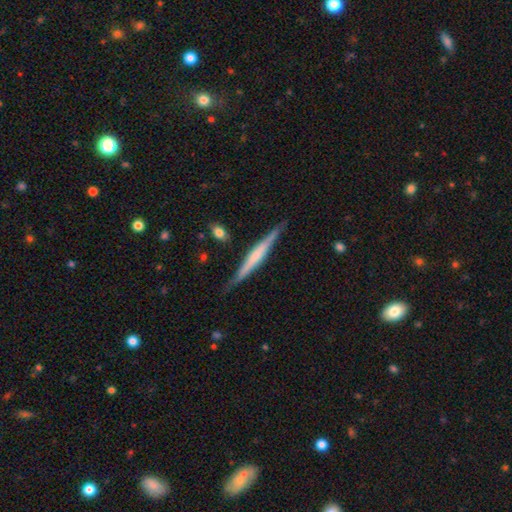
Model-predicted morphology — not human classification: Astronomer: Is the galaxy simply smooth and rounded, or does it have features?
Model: featured or disk — 66%.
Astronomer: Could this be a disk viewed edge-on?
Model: yes — 97%.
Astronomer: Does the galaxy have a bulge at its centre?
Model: rounded — 40% (runner-up: none, 35%).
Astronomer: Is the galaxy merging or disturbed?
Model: none — 86%.